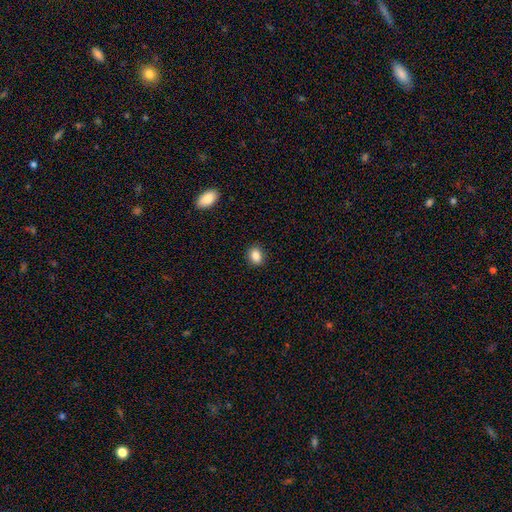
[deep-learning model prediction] A smooth galaxy with no disk features (84%) that is round (51%).

Vote fractions:
- Smooth or featured? smooth: 84% / star or artifact: 10% / featured or disk: 6%
- How rounded? round: 51% / in between: 48% / cigar-shaped: 1%
- Merging? none: 90% / minor disturbance: 7% / major disturbance: 2% / merger: 1%